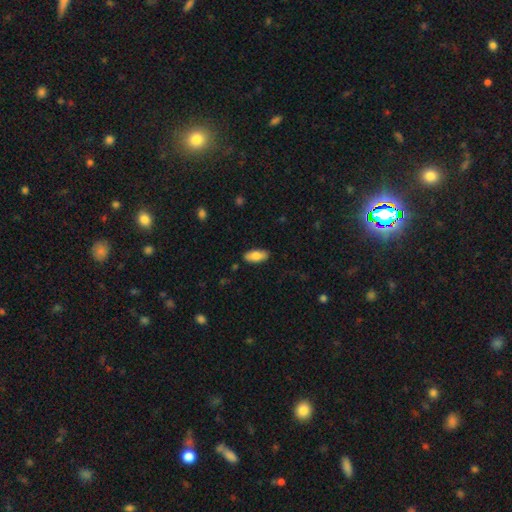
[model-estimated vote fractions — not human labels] The model was most divided on "smooth or featured": smooth: 80%, featured or disk: 13%, star or artifact: 6%. More confident: merging — none (88%); how rounded — in between (85%).